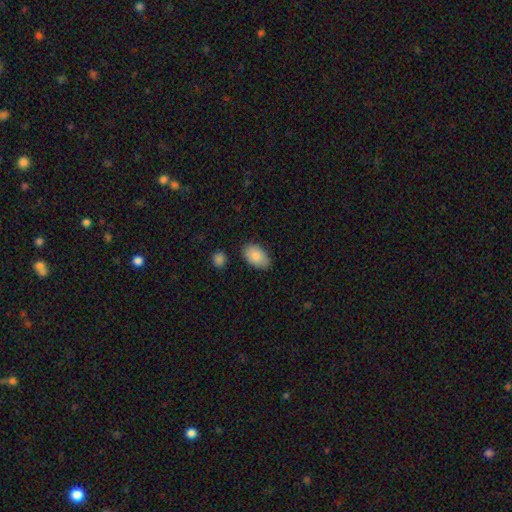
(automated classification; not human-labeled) Smooth or featured? smooth (87%)
How rounded? in between (93%)
Merging? none (80%)